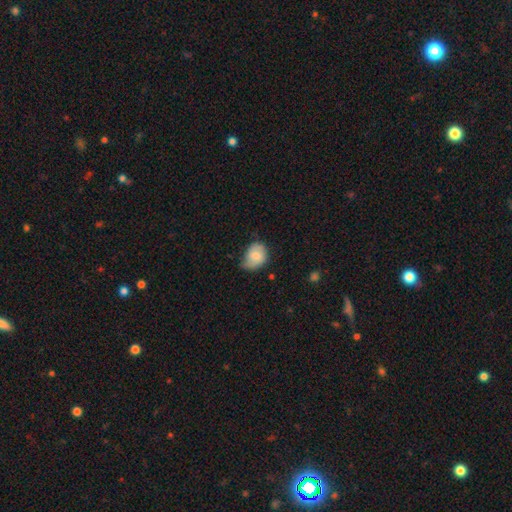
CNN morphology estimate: Smooth or featured: smooth — 69% (featured or disk — 24%)
How rounded: in between — 57% (round — 42%)
Merging: none — 46% (minor disturbance — 42%)